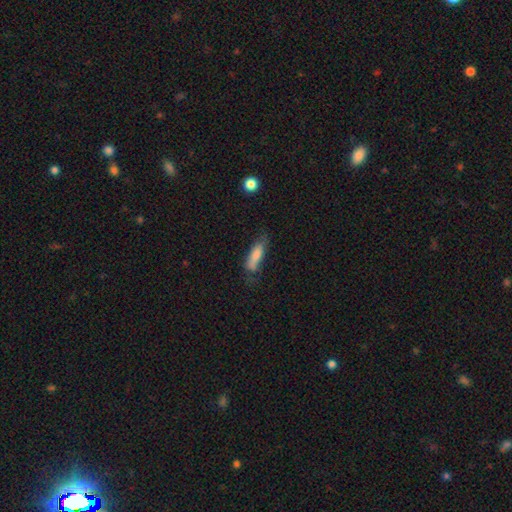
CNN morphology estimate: smooth_or_featured: smooth (p=0.77) [alt: featured or disk p=0.16]
how_rounded: cigar-shaped (p=0.56) [alt: in between p=0.42]
merging: none (p=0.54) [alt: minor disturbance p=0.30]